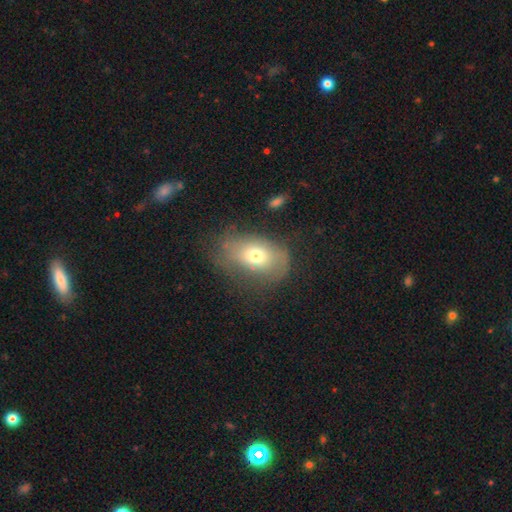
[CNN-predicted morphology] smooth_or_featured: smooth (p=0.64) [alt: featured or disk p=0.26]
how_rounded: in between (p=0.82) [alt: round p=0.17]
merging: none (p=0.51) [alt: minor disturbance p=0.27]